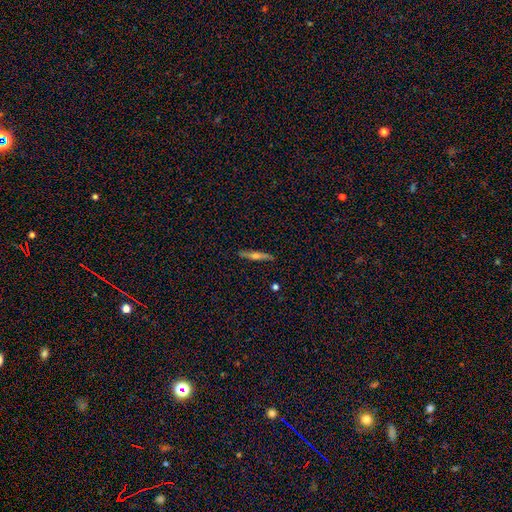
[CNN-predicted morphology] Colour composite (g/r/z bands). It shows a featured or disk galaxy (62%) viewed edge-on (96%) with a rounded central bulge (86%). Merging: none (89%).